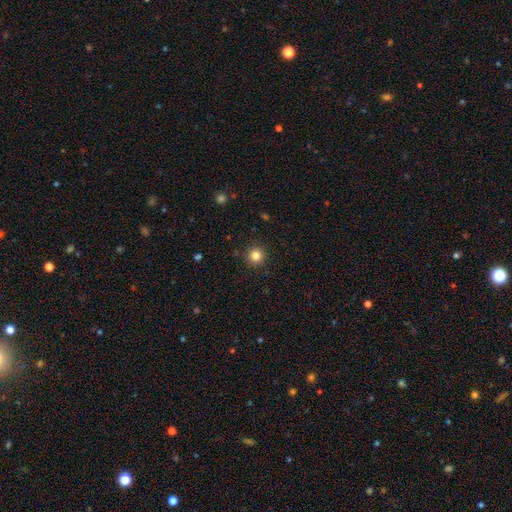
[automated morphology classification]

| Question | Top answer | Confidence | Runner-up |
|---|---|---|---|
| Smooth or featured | smooth | 83% | star or artifact (12%) |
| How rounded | round | 95% | in between (4%) |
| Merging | none | 91% | minor disturbance (6%) |